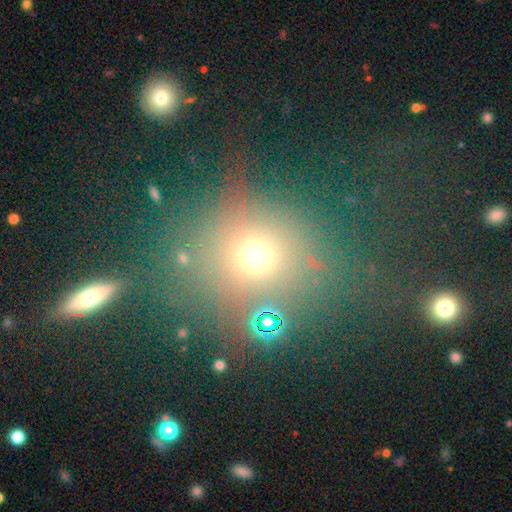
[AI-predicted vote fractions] Smooth or featured? smooth (64%)
How rounded? round (84%)
Merging? none (67%)